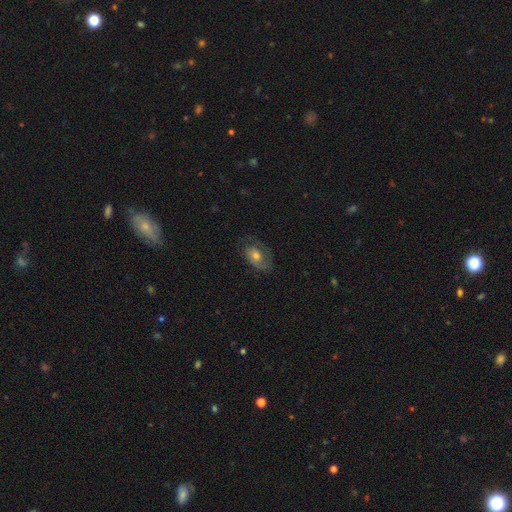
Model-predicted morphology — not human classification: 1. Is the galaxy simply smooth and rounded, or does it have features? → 54% featured or disk, 36% smooth, 10% star or artifact.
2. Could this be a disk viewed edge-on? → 94% no, 6% yes.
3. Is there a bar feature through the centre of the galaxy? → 70% no, 25% weak, 5% strong.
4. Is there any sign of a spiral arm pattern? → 76% yes, 24% no.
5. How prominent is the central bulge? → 63% moderate, 24% small, 10% large, 2% none, 1% dominant.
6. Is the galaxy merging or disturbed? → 65% none, 22% minor disturbance, 12% major disturbance, 1% merger.